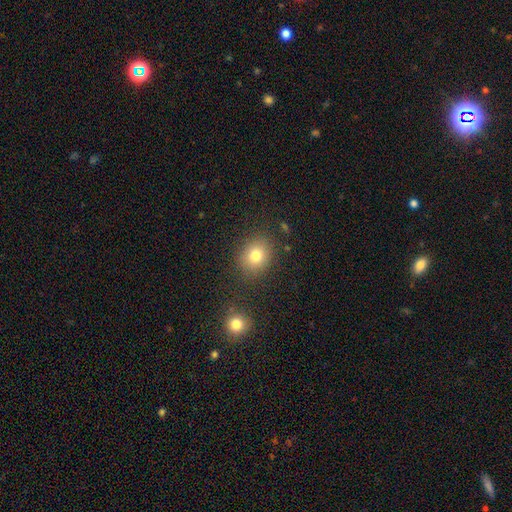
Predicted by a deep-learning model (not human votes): Morphology: type=smooth (79%); roundness=round (66%); merging=none (83%).